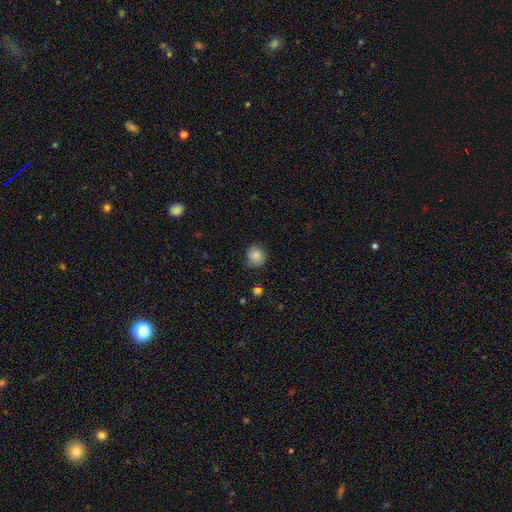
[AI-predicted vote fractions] Smooth or featured? Predicted: smooth (p=0.81). How rounded? Predicted: round (p=0.86). Merging? Predicted: none (p=0.78).